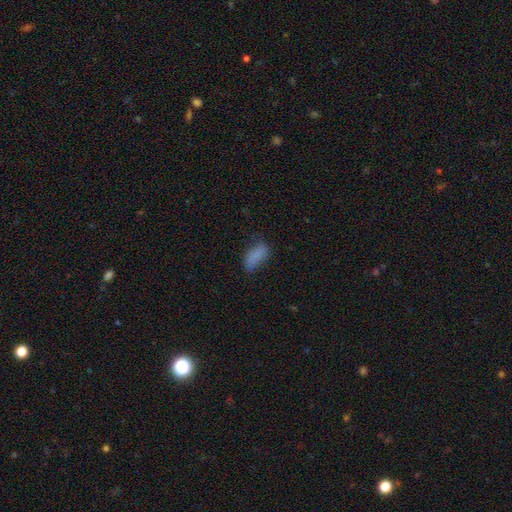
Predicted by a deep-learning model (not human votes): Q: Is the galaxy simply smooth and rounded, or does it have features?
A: smooth — 82%.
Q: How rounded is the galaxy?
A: in between — 86%.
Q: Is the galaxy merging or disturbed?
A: none — 57%.